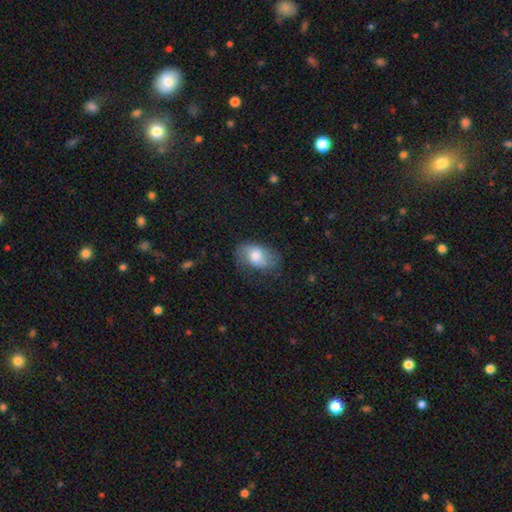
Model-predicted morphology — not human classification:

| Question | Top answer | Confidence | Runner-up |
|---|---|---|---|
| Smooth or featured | smooth | 68% | featured or disk (24%) |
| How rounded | in between | 87% | round (11%) |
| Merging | none | 54% | minor disturbance (29%) |